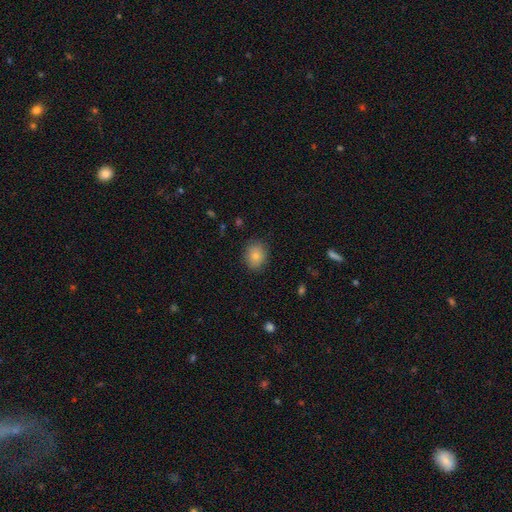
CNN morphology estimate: Q: Smooth or featured?
A: smooth (83%); runner-up: star or artifact (9%)
Q: How rounded?
A: round (55%); runner-up: in between (44%)
Q: Merging?
A: none (86%); runner-up: minor disturbance (10%)